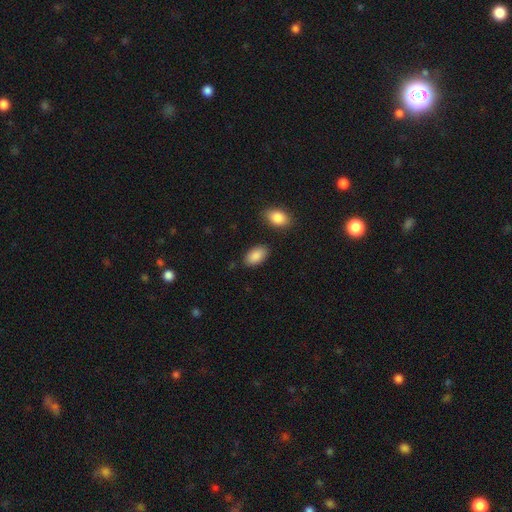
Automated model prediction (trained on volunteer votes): smooth-or-featured: smooth: 89% | star or artifact: 6% | featured or disk: 5%
  how-rounded: in between: 94% | round: 4% | cigar-shaped: 2%
  merging: none: 85% | minor disturbance: 10% | merger: 3% | major disturbance: 3%